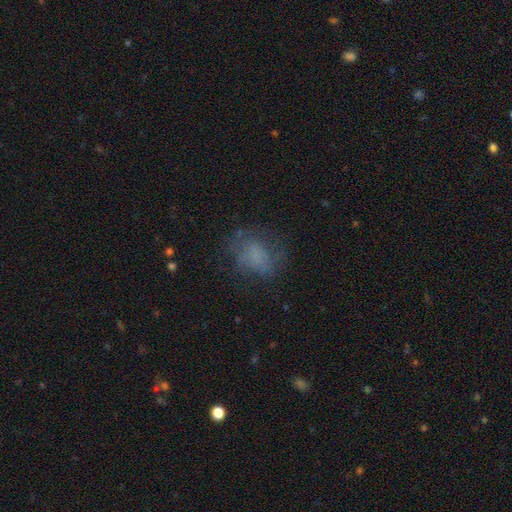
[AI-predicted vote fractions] The model was most divided on "how rounded": in between: 59%, round: 39%, cigar-shaped: 2%. More confident: merging — none (59%); smooth or featured — smooth (59%).